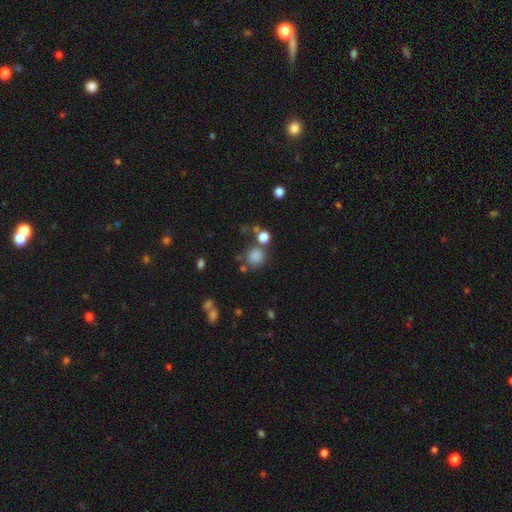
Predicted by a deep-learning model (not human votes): Q: Smooth or featured?
A: smooth (81%); runner-up: star or artifact (14%)
Q: How rounded?
A: round (88%); runner-up: in between (11%)
Q: Merging?
A: none (71%); runner-up: merger (13%)